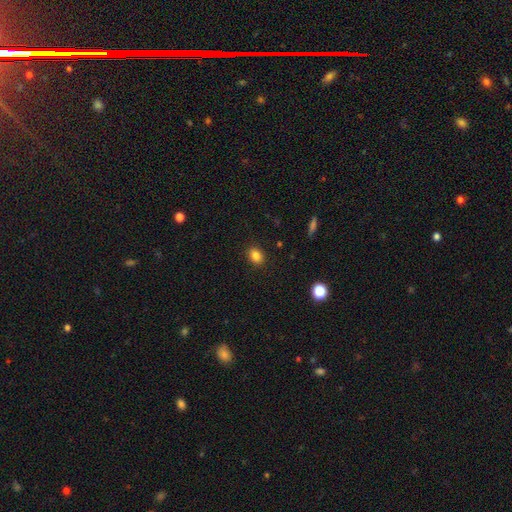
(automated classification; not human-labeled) A smooth galaxy with no disk features (84%) that is in between round and cigar-shaped (58%). Merging: none (89%).